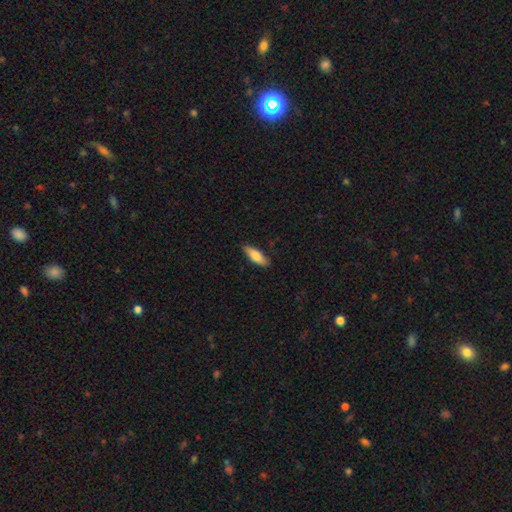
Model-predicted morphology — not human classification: smooth 79%, featured or disk 16%, star or artifact 6%. Down the decision tree: how rounded — in between (55%); merging — none (83%).